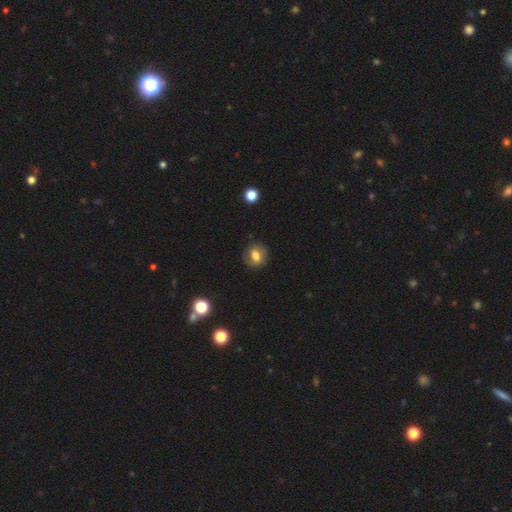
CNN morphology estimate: This is likely a smooth galaxy (73%). How rounded: possibly round (54%). Merging: clearly none (83%).